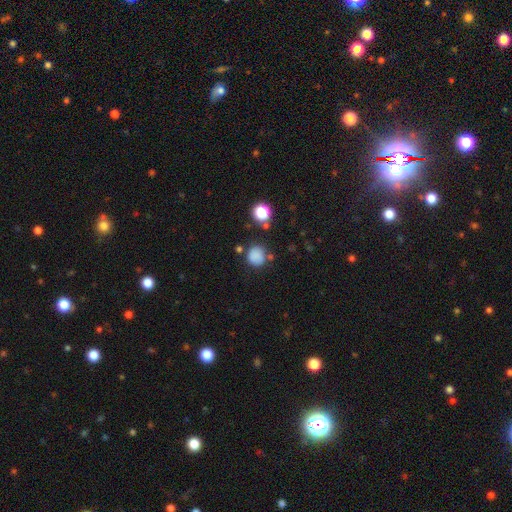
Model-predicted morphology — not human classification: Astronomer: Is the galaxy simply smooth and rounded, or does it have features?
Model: smooth — 80%.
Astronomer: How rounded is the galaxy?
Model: round — 85%.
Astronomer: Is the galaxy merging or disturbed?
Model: none — 73%.